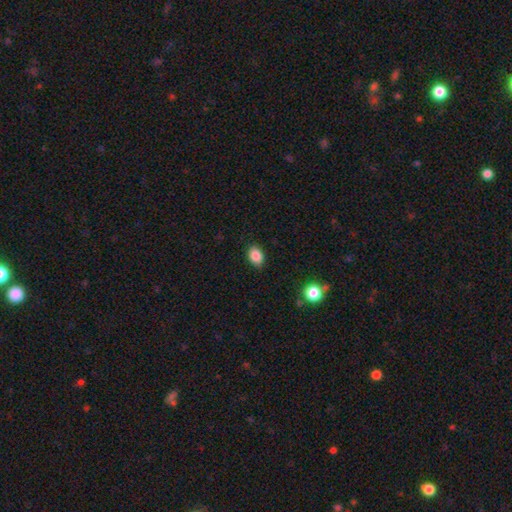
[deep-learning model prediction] Morphology: type=smooth (86%); roundness=in between (75%); merging=none (86%).